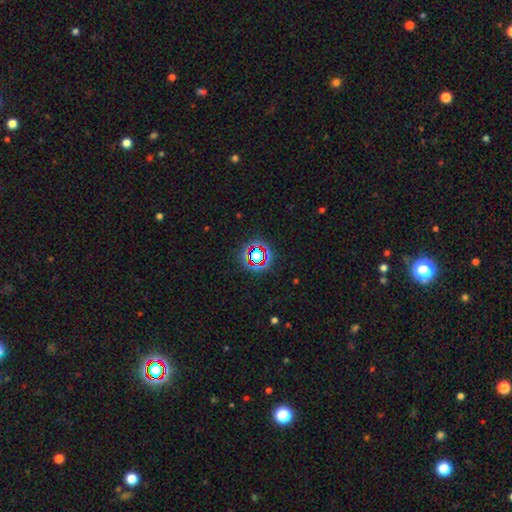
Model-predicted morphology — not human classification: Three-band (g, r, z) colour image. It shows a star or artifact, not a galaxy (68%).